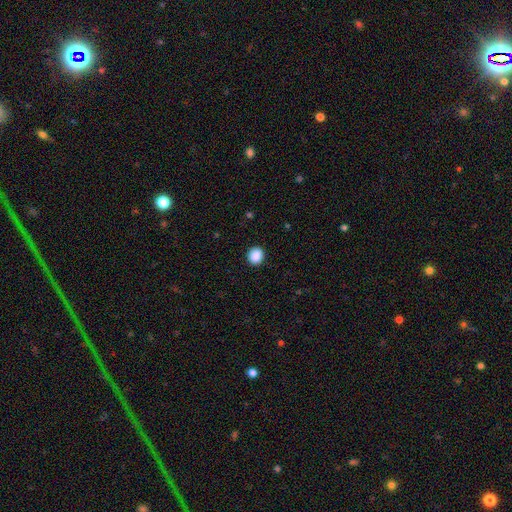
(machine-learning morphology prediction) The model was most divided on "how rounded": round: 83%, in between: 16%, cigar-shaped: 1%. More confident: merging — none (91%); smooth or featured — smooth (89%).